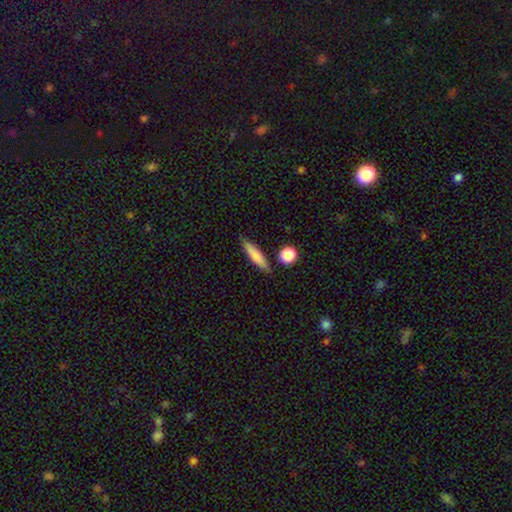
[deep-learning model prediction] A smooth galaxy with no disk features (75%) that is cigar-shaped (80%). Merging: none (83%).